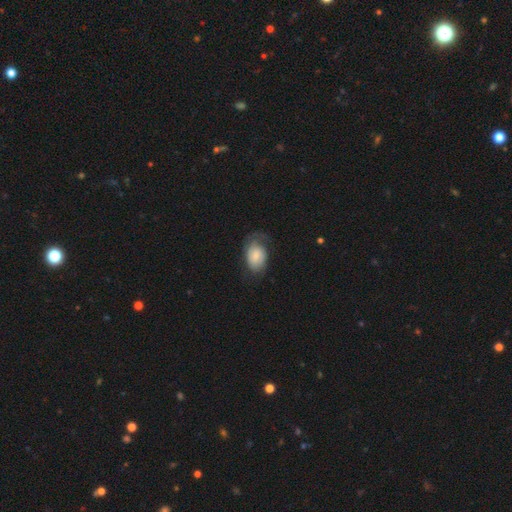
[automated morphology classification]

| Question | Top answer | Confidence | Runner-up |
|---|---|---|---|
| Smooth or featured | smooth | 55% | featured or disk (38%) |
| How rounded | in between | 83% | round (16%) |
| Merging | none | 48% | minor disturbance (28%) |